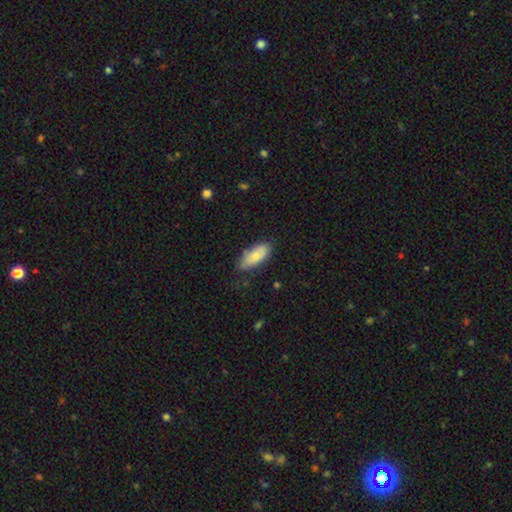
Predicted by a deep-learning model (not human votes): Smooth or featured: smooth — 79% (featured or disk — 15%)
How rounded: in between — 85% (cigar-shaped — 13%)
Merging: none — 72% (minor disturbance — 22%)